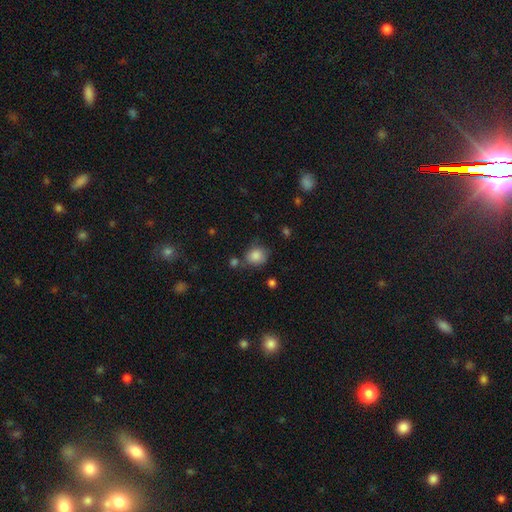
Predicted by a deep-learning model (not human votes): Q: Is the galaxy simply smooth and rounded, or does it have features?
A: smooth — 85%.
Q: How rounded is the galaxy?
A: round — 76%.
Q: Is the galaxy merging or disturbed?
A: none — 69%.